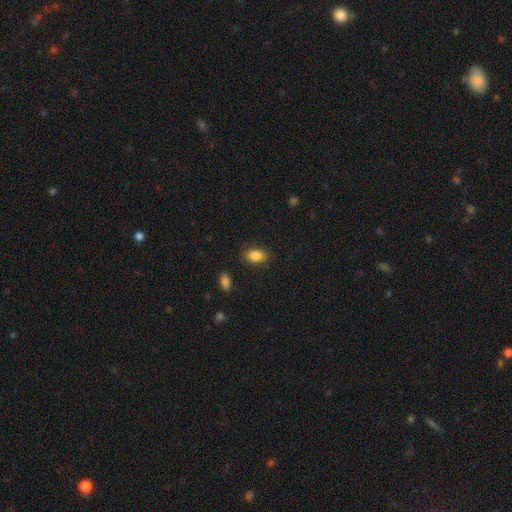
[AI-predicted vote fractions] smooth-or-featured: smooth: 86% | star or artifact: 8% | featured or disk: 5%
  how-rounded: in between: 90% | round: 7% | cigar-shaped: 3%
  merging: none: 86% | minor disturbance: 10% | major disturbance: 3% | merger: 1%